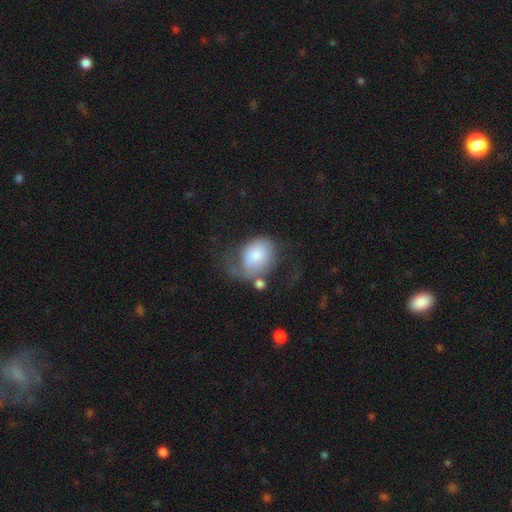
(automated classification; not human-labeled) Morphology: type=smooth (60%); roundness=in between (57%); merging=major disturbance (45%).